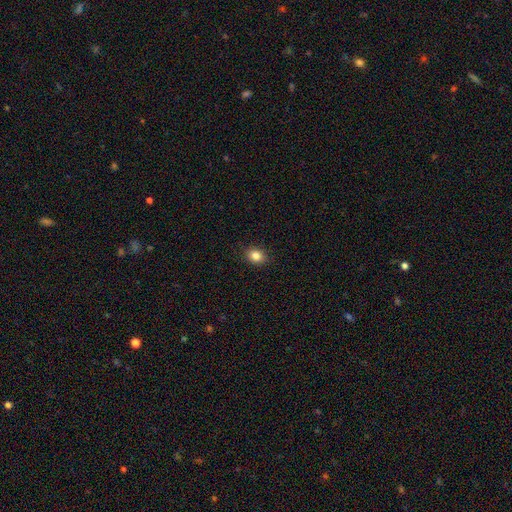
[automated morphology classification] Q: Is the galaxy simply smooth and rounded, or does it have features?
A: smooth — 84%.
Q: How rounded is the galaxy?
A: in between — 51%.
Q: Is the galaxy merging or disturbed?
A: none — 90%.